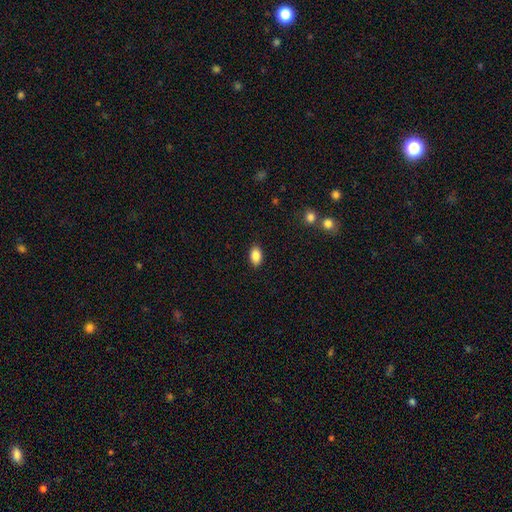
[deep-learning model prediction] smooth-or-featured: smooth: 86% | star or artifact: 8% | featured or disk: 6%
  how-rounded: in between: 89% | round: 9% | cigar-shaped: 2%
  merging: none: 89% | minor disturbance: 8% | major disturbance: 2% | merger: 1%